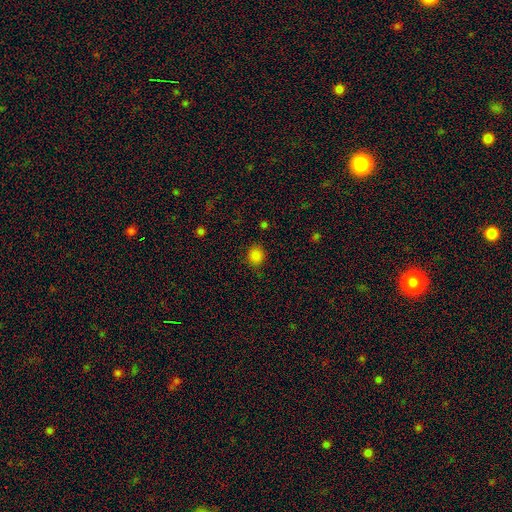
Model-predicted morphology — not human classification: A smooth galaxy with no disk features (84%) that is round (78%). Merging: none (85%).